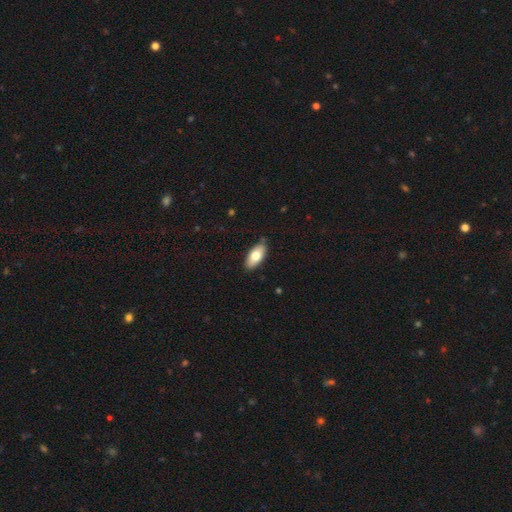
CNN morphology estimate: This appears to be a smooth galaxy with no disk features (76%) that is in between round and cigar-shaped (89%). Merging: none (85%).